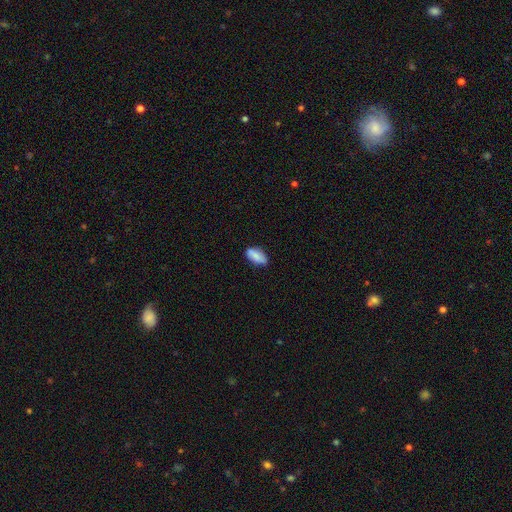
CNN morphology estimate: Q: Smooth or featured?
A: smooth (80%); runner-up: featured or disk (12%)
Q: How rounded?
A: in between (87%); runner-up: cigar-shaped (10%)
Q: Merging?
A: none (77%); runner-up: minor disturbance (18%)